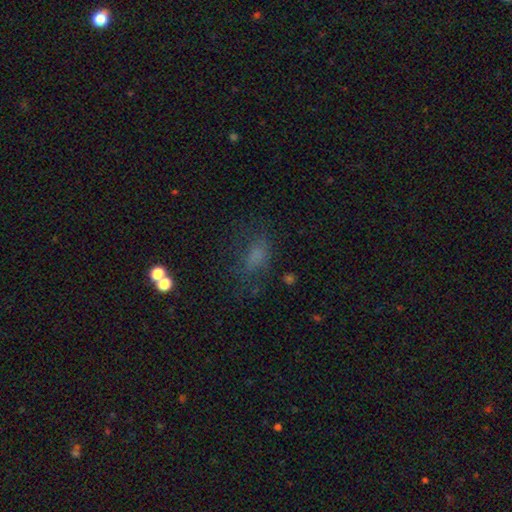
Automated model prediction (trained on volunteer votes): Morphology: type=smooth (62%); roundness=in between (78%); merging=none (52%).